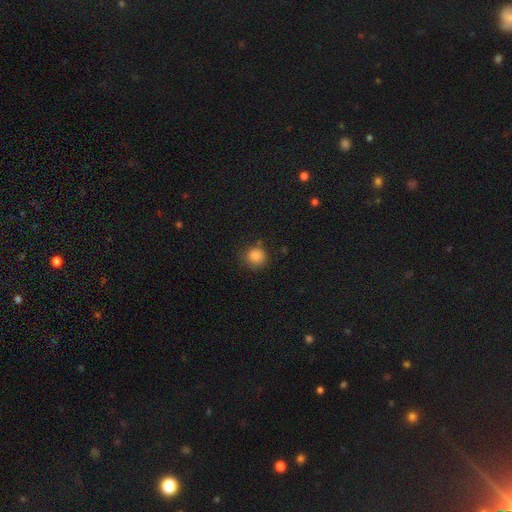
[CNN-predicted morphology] Smooth or featured? smooth (85%)
How rounded? round (89%)
Merging? none (77%)